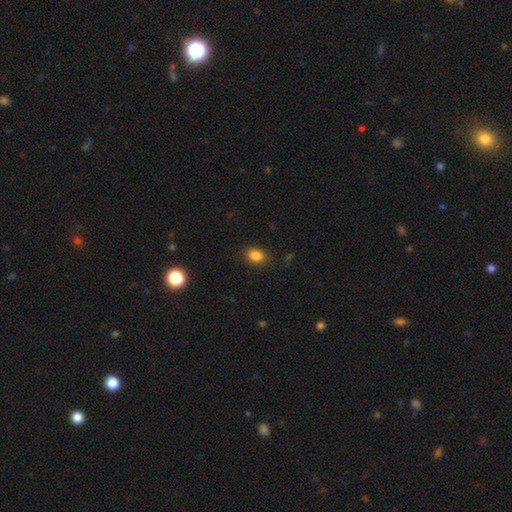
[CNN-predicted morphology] This is clearly a smooth galaxy (84%). How rounded: likely in between (68%). Merging: clearly none (86%).